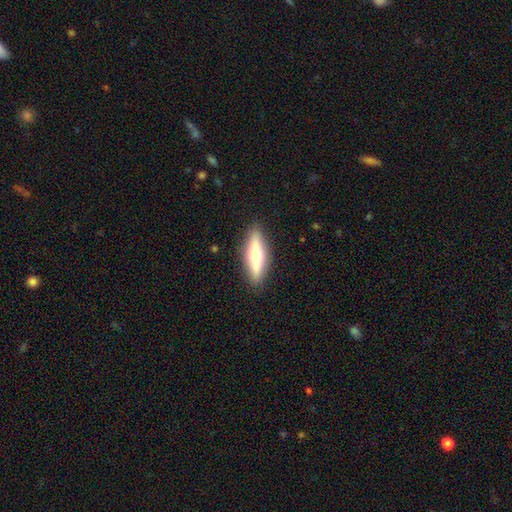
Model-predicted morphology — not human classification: type=featured or disk (47%, tied with smooth); merging=none (89%).